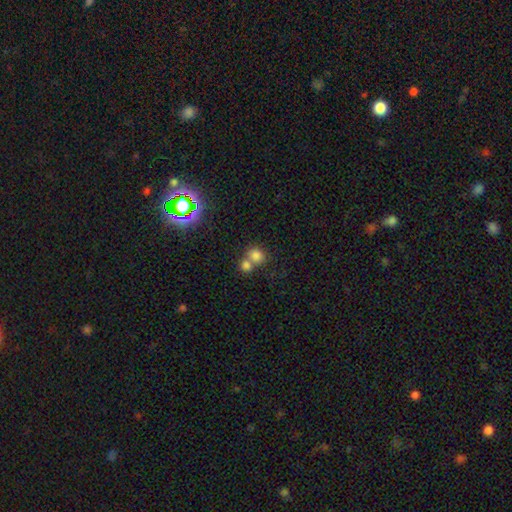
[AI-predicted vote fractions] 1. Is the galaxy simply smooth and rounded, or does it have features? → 78% smooth, 13% star or artifact, 9% featured or disk.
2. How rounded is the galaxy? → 73% round, 26% in between, 1% cigar-shaped.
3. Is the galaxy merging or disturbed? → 54% merger, 37% none, 7% minor disturbance, 3% major disturbance.